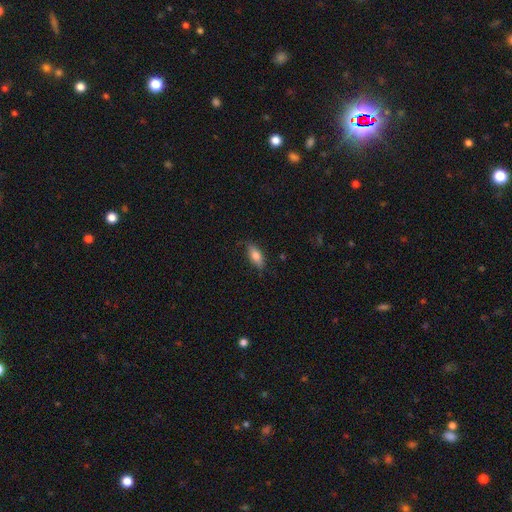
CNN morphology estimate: Q: Smooth or featured?
A: smooth (77%); runner-up: featured or disk (17%)
Q: How rounded?
A: in between (78%); runner-up: cigar-shaped (19%)
Q: Merging?
A: none (75%); runner-up: minor disturbance (20%)